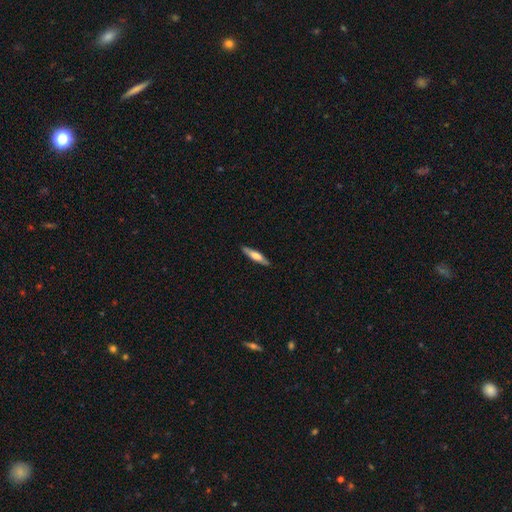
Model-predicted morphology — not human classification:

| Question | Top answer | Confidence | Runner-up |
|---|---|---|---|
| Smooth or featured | smooth | 58% | featured or disk (37%) |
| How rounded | cigar-shaped | 82% | in between (17%) |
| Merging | none | 88% | minor disturbance (9%) |